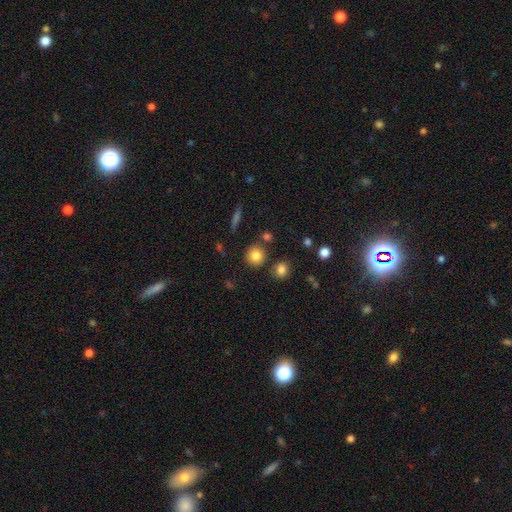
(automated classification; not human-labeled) The model was most divided on "smooth or featured": smooth: 82%, star or artifact: 11%, featured or disk: 7%. More confident: how rounded — round (89%); merging — none (81%).